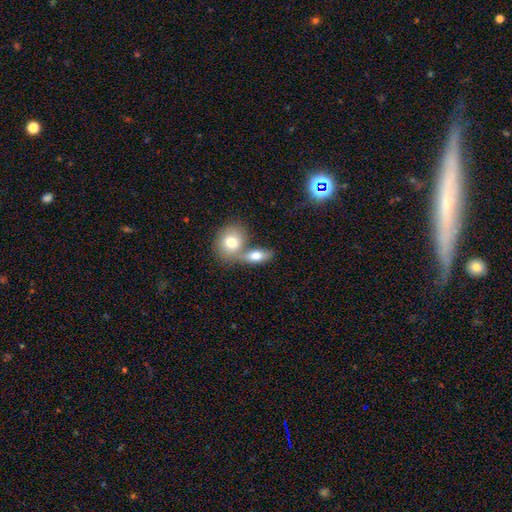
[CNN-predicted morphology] Smooth or featured? smooth (75%)
How rounded? in between (77%)
Merging? merger (55%)